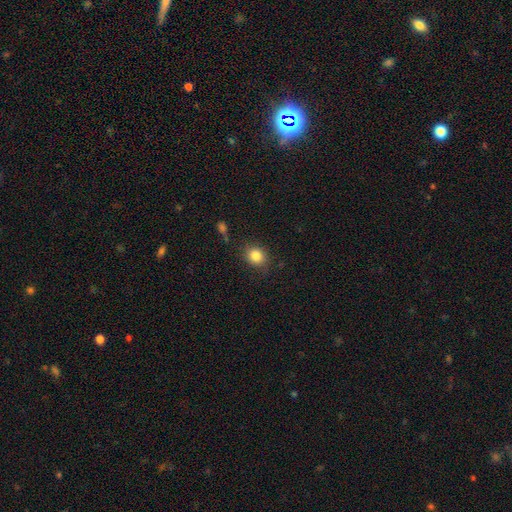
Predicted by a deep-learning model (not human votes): smooth_or_featured: smooth (p=0.85) [alt: star or artifact p=0.10]
how_rounded: round (p=0.67) [alt: in between p=0.32]
merging: none (p=0.82) [alt: minor disturbance p=0.12]